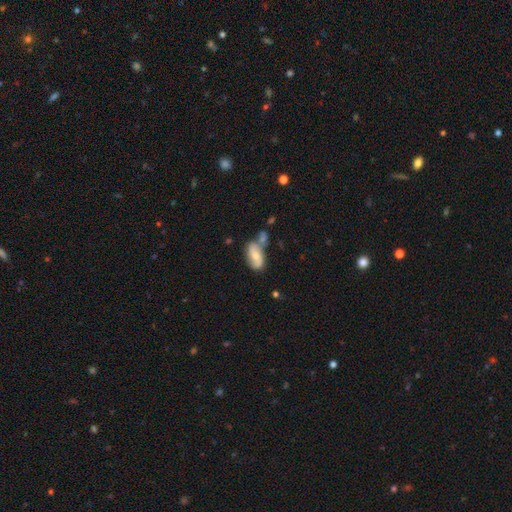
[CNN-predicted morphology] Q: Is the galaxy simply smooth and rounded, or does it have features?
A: smooth — 52%.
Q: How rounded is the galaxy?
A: in between — 89%.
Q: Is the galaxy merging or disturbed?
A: none — 37%.